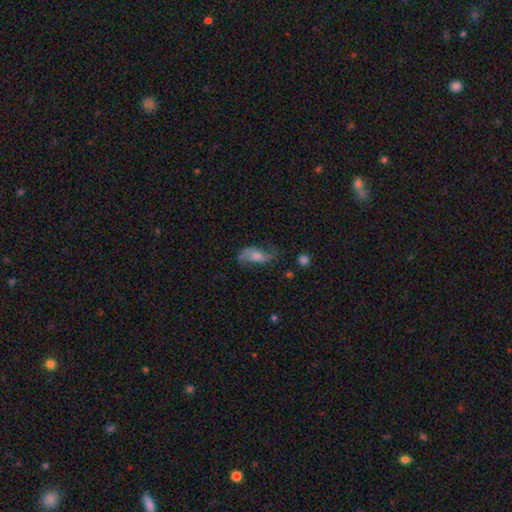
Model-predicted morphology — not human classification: smooth_or_featured: featured or disk (p=0.70) [alt: smooth p=0.22]
disk_edge_on: no (p=0.94) [alt: yes p=0.06]
bar: no (p=0.55) [alt: weak p=0.35]
has_spiral_arms: yes (p=0.92) [alt: no p=0.08]
spiral_winding: loose (p=0.73) [alt: medium p=0.22]
spiral_arm_count: 2 (p=0.89) [alt: 1 p=0.04]
bulge_size: moderate (p=0.32) [alt: small p=0.26]
merging: none (p=0.61) [alt: minor disturbance p=0.21]